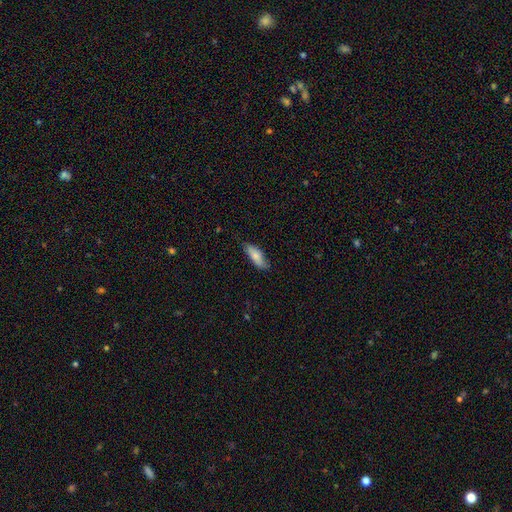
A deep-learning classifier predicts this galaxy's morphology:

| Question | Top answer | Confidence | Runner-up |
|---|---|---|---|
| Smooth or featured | smooth | 79% | featured or disk (15%) |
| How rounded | in between | 64% | cigar-shaped (34%) |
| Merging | none | 75% | minor disturbance (21%) |